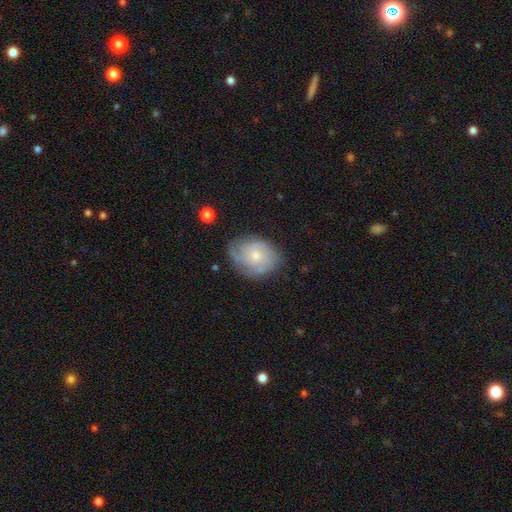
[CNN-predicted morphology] Smooth or featured? Predicted: featured or disk (p=0.59). Edge-on disk? Predicted: no (p=0.97). Bar? Predicted: no (p=0.82). Spiral arms? Predicted: yes (p=0.82). Bulge size? Predicted: small (p=0.58). Merging? Predicted: none (p=0.68).